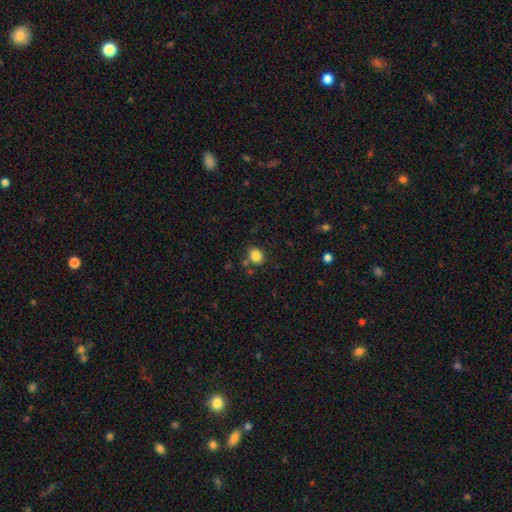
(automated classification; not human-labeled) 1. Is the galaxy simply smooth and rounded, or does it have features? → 84% smooth, 10% star or artifact, 5% featured or disk.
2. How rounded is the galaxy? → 52% in between, 47% round, 1% cigar-shaped.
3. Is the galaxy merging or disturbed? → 79% none, 11% minor disturbance, 7% merger, 3% major disturbance.